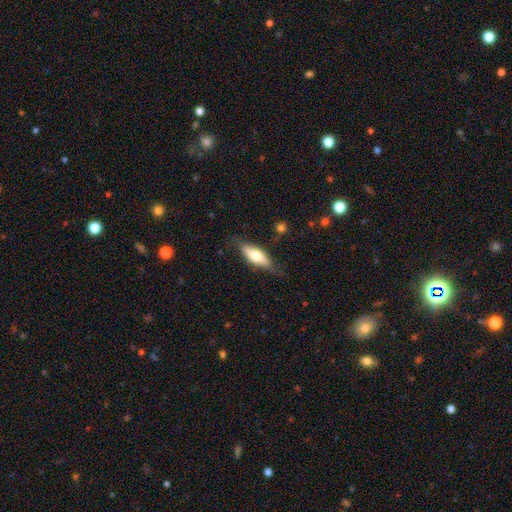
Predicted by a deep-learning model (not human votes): Smooth or featured? Predicted: smooth (p=0.56). How rounded? Predicted: in between (p=0.63). Merging? Predicted: none (p=0.71).